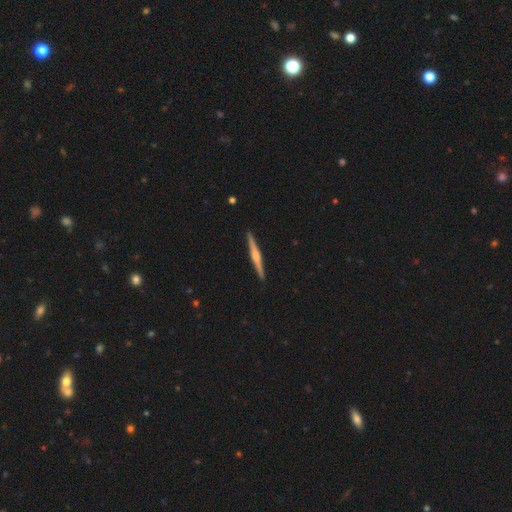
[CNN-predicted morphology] Smooth or featured? Predicted: featured or disk (p=0.71). Edge-on disk? Predicted: yes (p=0.98). Edge-on bulge? Predicted: rounded (p=0.70). Merging? Predicted: none (p=0.92).